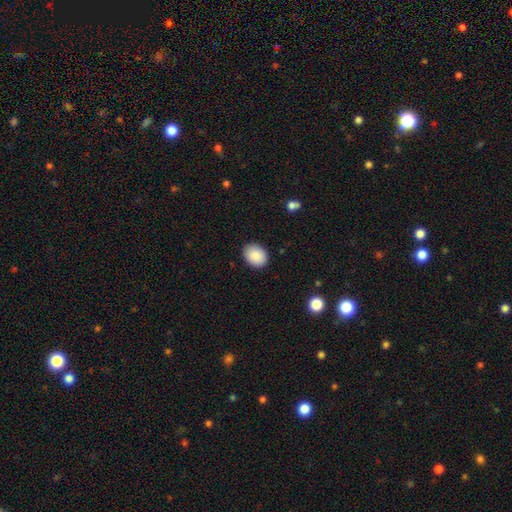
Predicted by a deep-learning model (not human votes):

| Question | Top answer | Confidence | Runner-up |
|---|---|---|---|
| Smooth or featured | smooth | 89% | star or artifact (7%) |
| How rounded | in between | 59% | round (40%) |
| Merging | none | 88% | minor disturbance (9%) |